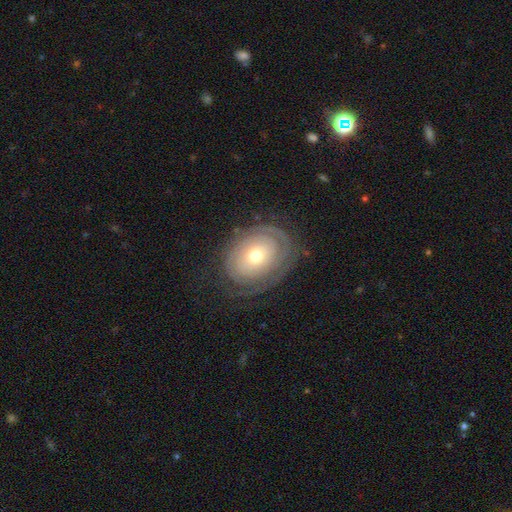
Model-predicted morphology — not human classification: Smooth or featured?
  - featured or disk: 66% *
  - smooth: 27%
  - star or artifact: 7%
Edge-on disk?
  - no: 95% *
  - yes: 5%
Bar?
  - no: 86% *
  - weak: 11%
  - strong: 3%
Spiral arms?
  - yes: 70% *
  - no: 30%
Bulge size?
  - moderate: 51% *
  - small: 42%
  - large: 5%
  - dominant: 1%
  - none: 1%
Merging?
  - none: 71% *
  - minor disturbance: 17%
  - major disturbance: 11%
  - merger: 1%